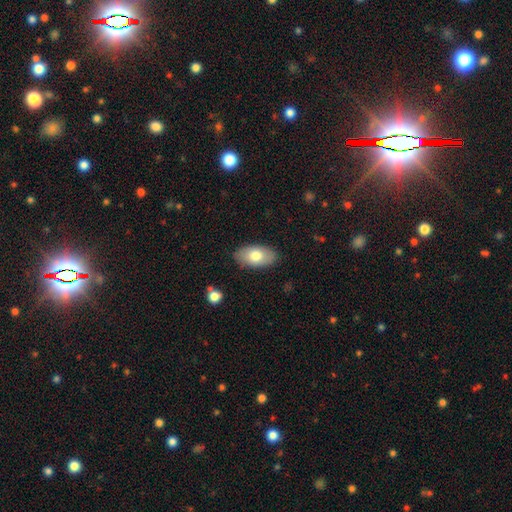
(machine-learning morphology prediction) Q: Smooth or featured?
A: smooth (75%); runner-up: featured or disk (19%)
Q: How rounded?
A: in between (94%); runner-up: round (4%)
Q: Merging?
A: none (86%); runner-up: minor disturbance (11%)